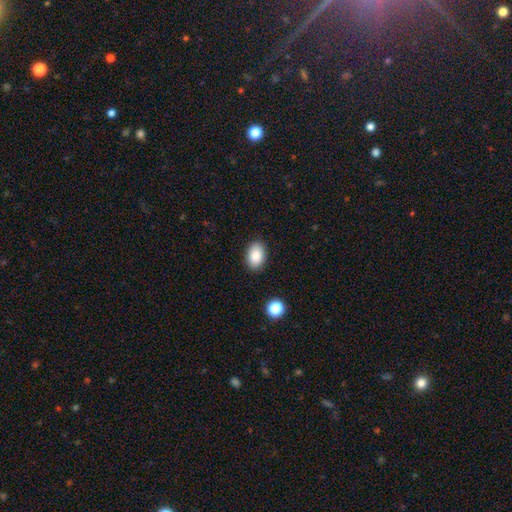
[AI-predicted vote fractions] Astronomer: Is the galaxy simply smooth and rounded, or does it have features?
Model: smooth — 87%.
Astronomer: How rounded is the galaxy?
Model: in between — 89%.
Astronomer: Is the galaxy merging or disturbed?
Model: none — 88%.